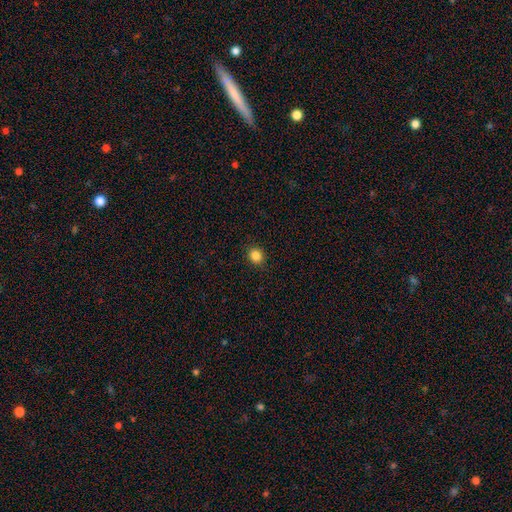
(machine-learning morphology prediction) type=smooth (85%); roundness=round (76%); merging=none (91%).